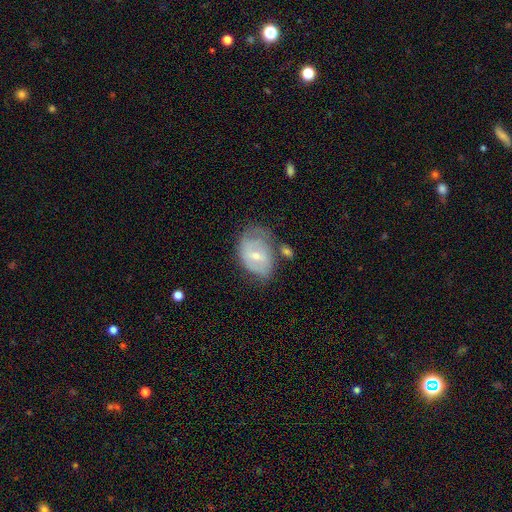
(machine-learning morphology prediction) Smooth or featured: featured or disk — 60% (smooth — 34%)
Edge-on disk: no — 96% (yes — 4%)
Bar: weak — 49% (no — 36%)
Spiral arms: yes — 68% (no — 32%)
Bulge size: small — 56% (moderate — 40%)
Merging: none — 43% (minor disturbance — 30%)